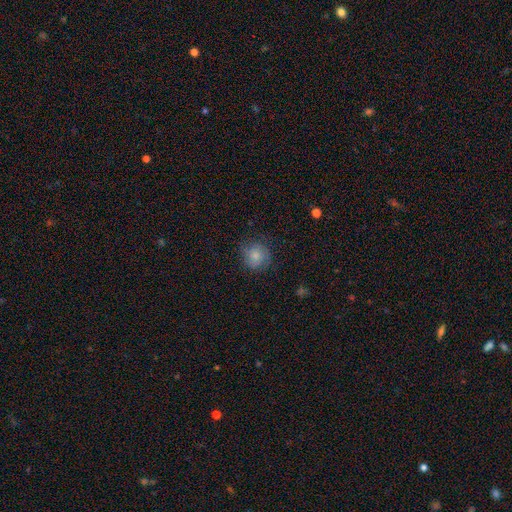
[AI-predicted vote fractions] smooth_or_featured: smooth (p=0.76) [alt: featured or disk p=0.16]
how_rounded: round (p=0.88) [alt: in between p=0.11]
merging: none (p=0.75) [alt: minor disturbance p=0.18]